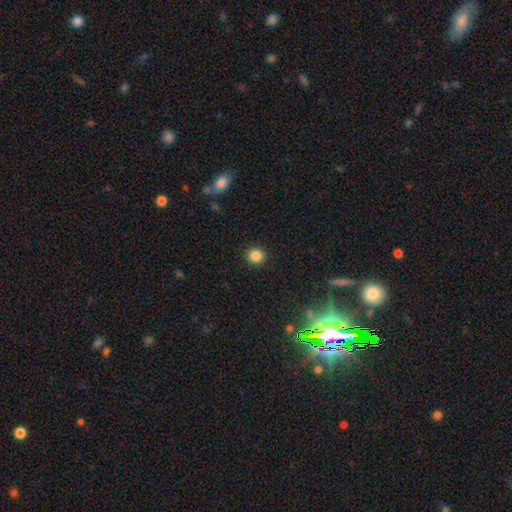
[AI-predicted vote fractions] Smooth or featured? Predicted: smooth (p=0.85). How rounded? Predicted: round (p=0.91). Merging? Predicted: none (p=0.92).